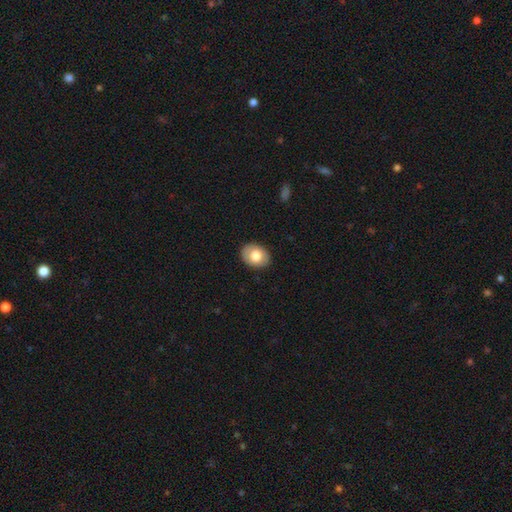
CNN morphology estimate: smooth-or-featured: smooth: 74% | featured or disk: 19% | star or artifact: 7%
  how-rounded: in between: 65% | round: 34% | cigar-shaped: 1%
  merging: none: 88% | minor disturbance: 9% | major disturbance: 2% | merger: 1%